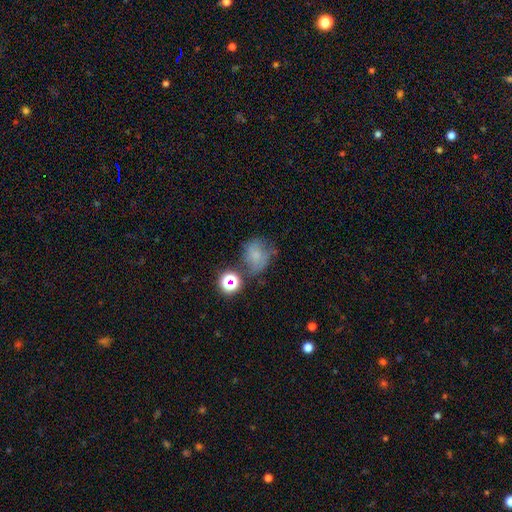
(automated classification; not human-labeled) Smooth or featured?
  - smooth: 62% *
  - featured or disk: 20%
  - star or artifact: 18%
How rounded?
  - round: 56% *
  - in between: 43%
  - cigar-shaped: 1%
Merging?
  - none: 45% *
  - minor disturbance: 26%
  - major disturbance: 16%
  - merger: 13%